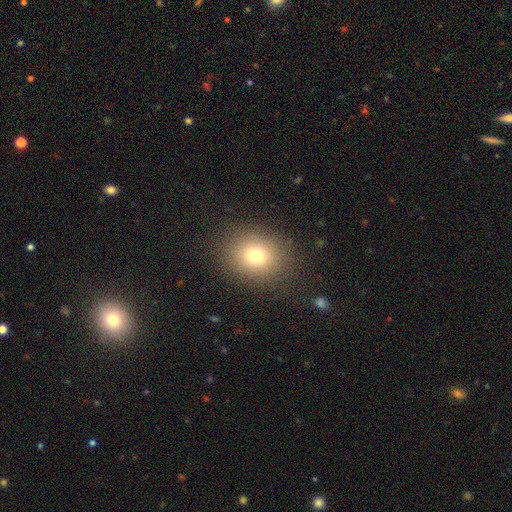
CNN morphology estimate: Smooth or featured?
  - smooth: 76% *
  - star or artifact: 13%
  - featured or disk: 11%
How rounded?
  - round: 65% *
  - in between: 34%
  - cigar-shaped: 1%
Merging?
  - none: 86% *
  - minor disturbance: 9%
  - major disturbance: 4%
  - merger: 1%